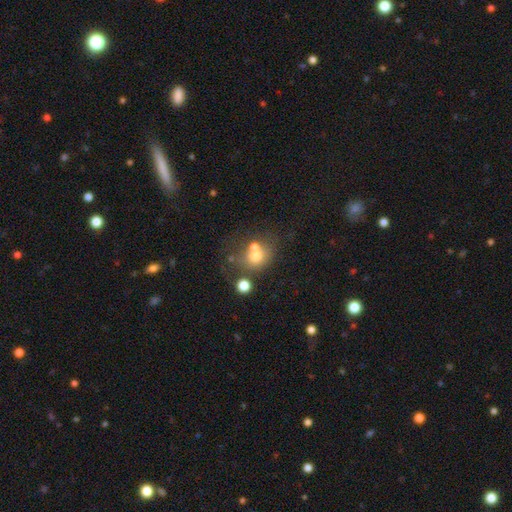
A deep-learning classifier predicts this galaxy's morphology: This appears to be a smooth galaxy with no disk features (66%) that is round (70%). Merging: none (42%).